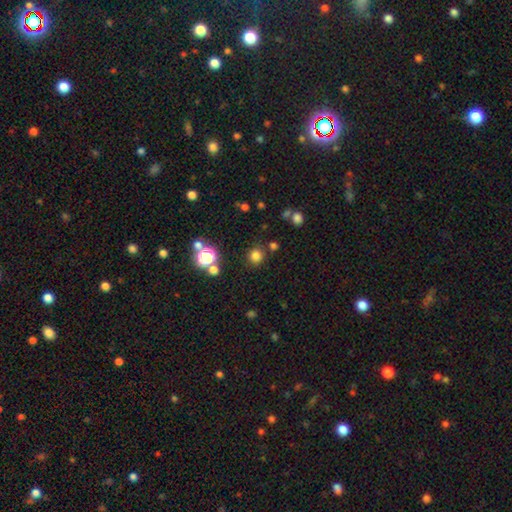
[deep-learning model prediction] This is likely a smooth galaxy (76%). How rounded: clearly round (92%). Merging: clearly none (84%).